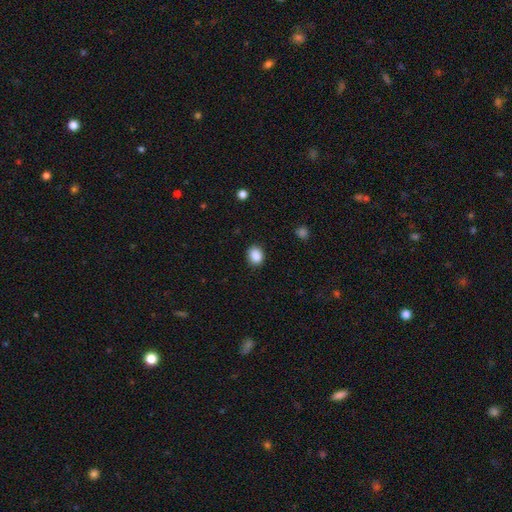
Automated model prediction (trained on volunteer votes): Smooth or featured: smooth — 88% (star or artifact — 9%)
How rounded: in between — 53% (round — 46%)
Merging: none — 87% (minor disturbance — 10%)